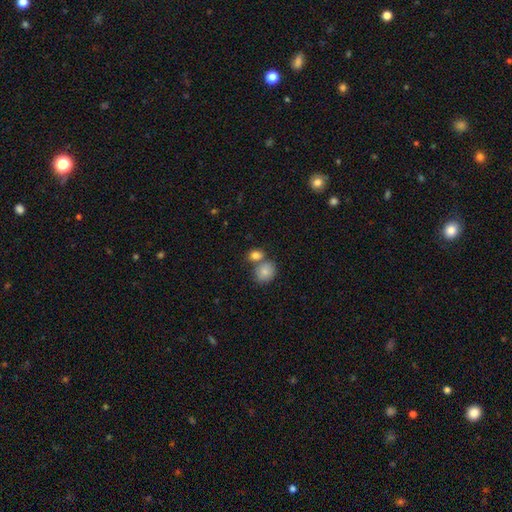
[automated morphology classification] type=smooth (82%); roundness=round (53%); merging=none (47%).